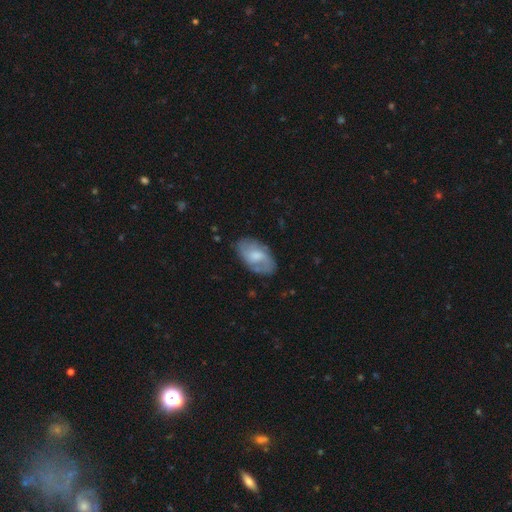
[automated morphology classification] Overall: featured or disk (55%; smooth 39%). Edge-on disk: no (95%). Bar: no (47%; weak 45%). Spiral arms: yes (80%). Bulge size: moderate (48%; small 27%). Merging: none (73%).